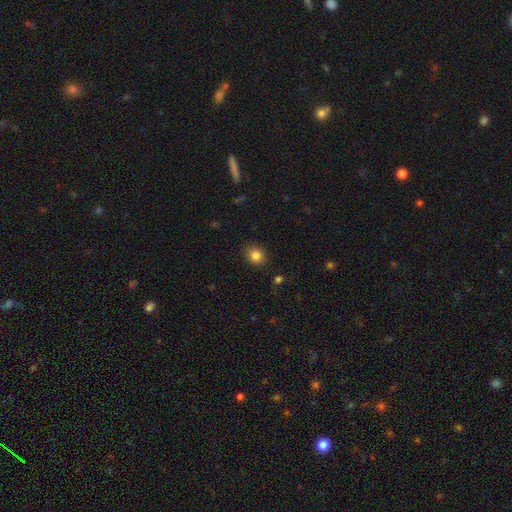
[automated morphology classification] Q: Smooth or featured?
A: smooth (83%); runner-up: star or artifact (11%)
Q: How rounded?
A: round (72%); runner-up: in between (27%)
Q: Merging?
A: none (86%); runner-up: minor disturbance (10%)